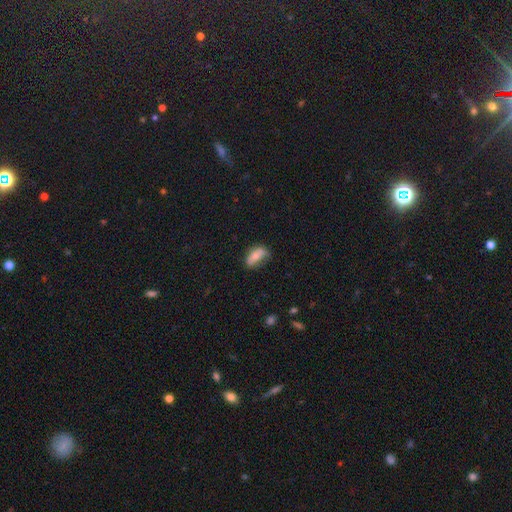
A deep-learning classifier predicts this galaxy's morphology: Smooth or featured: smooth — 62% (featured or disk — 29%)
How rounded: in between — 84% (cigar-shaped — 8%)
Merging: none — 51% (minor disturbance — 33%)